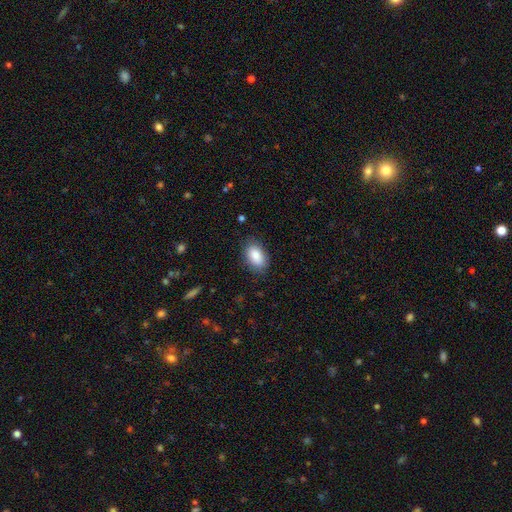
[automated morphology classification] Smooth or featured?
  - smooth: 88% *
  - star or artifact: 7%
  - featured or disk: 5%
How rounded?
  - in between: 93% *
  - round: 6%
  - cigar-shaped: 2%
Merging?
  - none: 83% *
  - minor disturbance: 13%
  - major disturbance: 3%
  - merger: 1%